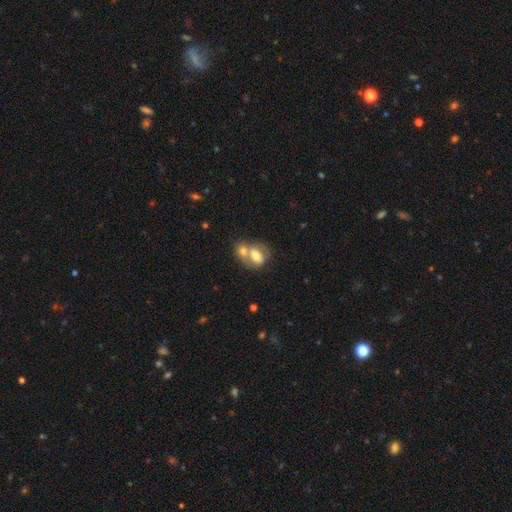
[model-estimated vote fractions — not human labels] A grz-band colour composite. It shows a smooth galaxy with no disk features (59%) that is in between round and cigar-shaped (69%). Merging: merger (65%).